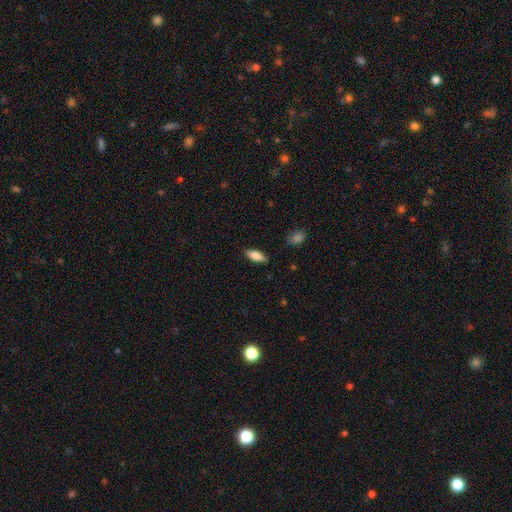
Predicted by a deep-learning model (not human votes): Morphology: type=smooth (79%); roundness=in between (76%); merging=none (87%).